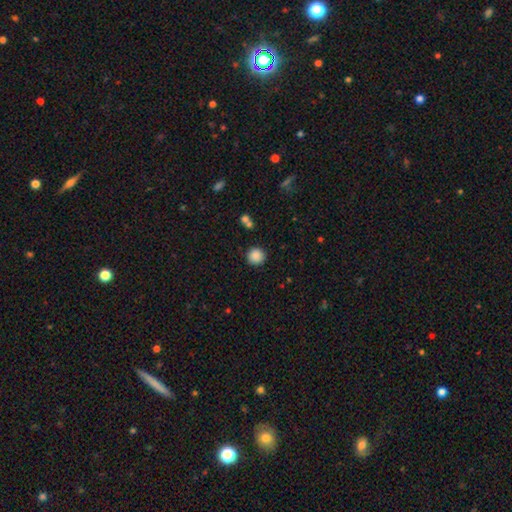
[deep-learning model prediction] smooth_or_featured: smooth (p=0.87) [alt: star or artifact p=0.09]
how_rounded: round (p=0.94) [alt: in between p=0.05]
merging: none (p=0.88) [alt: minor disturbance p=0.07]